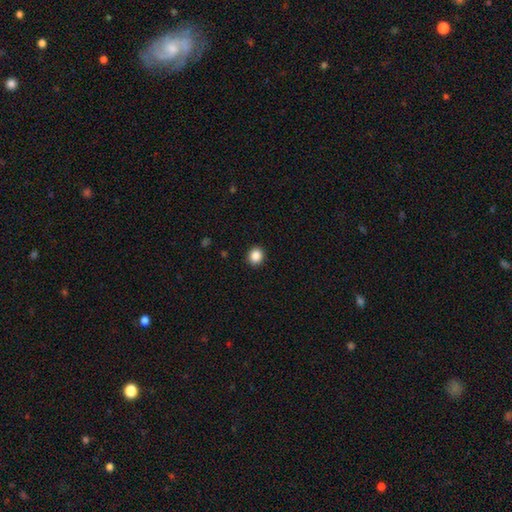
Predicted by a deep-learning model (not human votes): Overall: smooth (87%). How rounded: round (78%). Merging: none (92%).